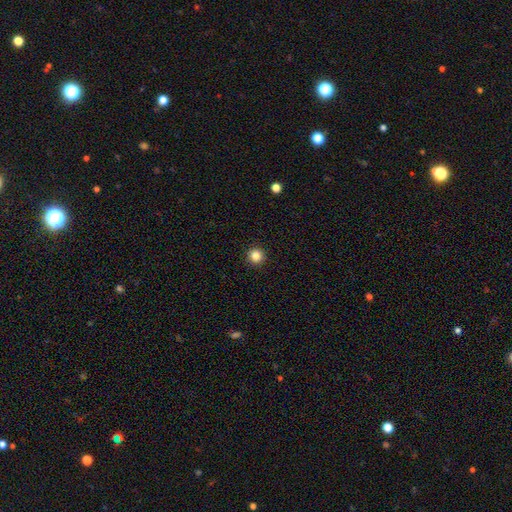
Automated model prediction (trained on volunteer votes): Smooth or featured? smooth (84%)
How rounded? round (96%)
Merging? none (94%)